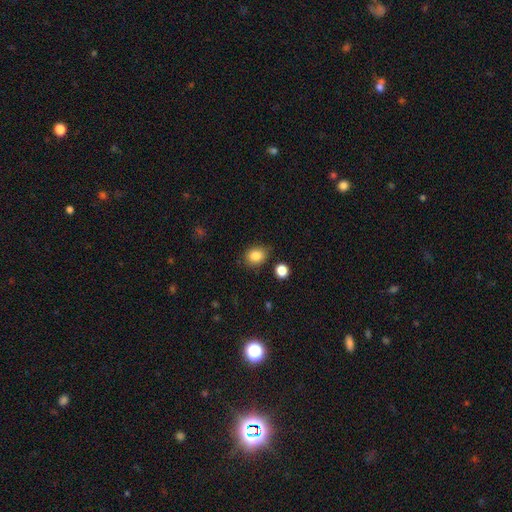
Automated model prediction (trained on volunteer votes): smooth-or-featured: smooth: 85% | star or artifact: 10% | featured or disk: 5%
  how-rounded: round: 54% | in between: 45% | cigar-shaped: 1%
  merging: none: 78% | minor disturbance: 15% | major disturbance: 4% | merger: 4%